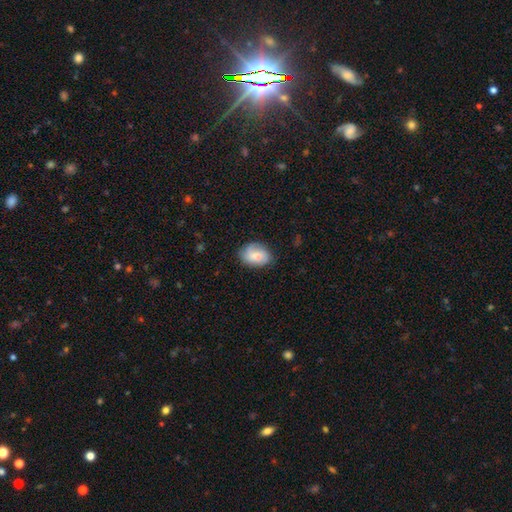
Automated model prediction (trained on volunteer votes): Smooth or featured: smooth — 66% (featured or disk — 26%)
How rounded: in between — 74% (round — 25%)
Merging: none — 72% (minor disturbance — 21%)